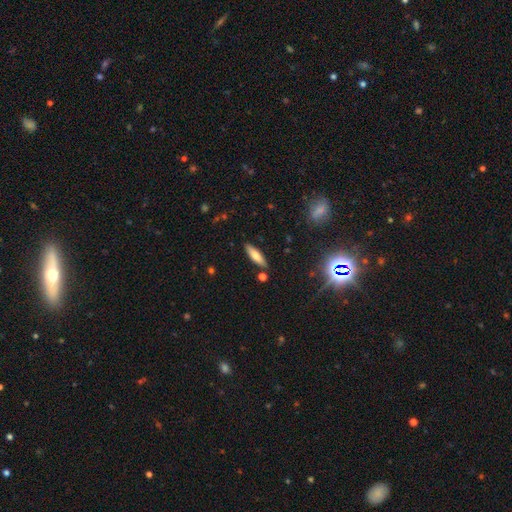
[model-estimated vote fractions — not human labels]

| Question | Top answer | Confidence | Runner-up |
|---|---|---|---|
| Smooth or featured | smooth | 67% | featured or disk (24%) |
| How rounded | cigar-shaped | 61% | in between (37%) |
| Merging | none | 85% | minor disturbance (10%) |